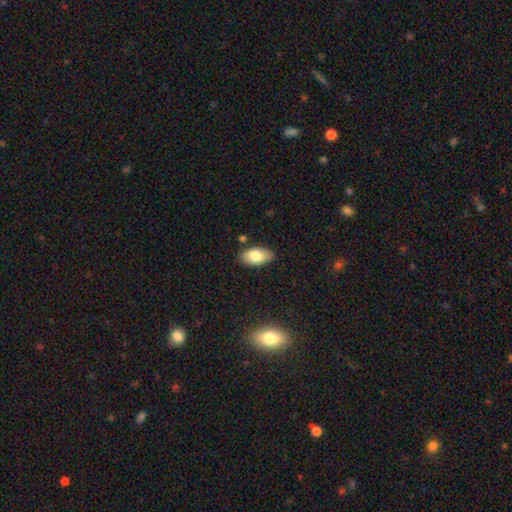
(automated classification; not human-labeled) Smooth or featured? Predicted: smooth (p=0.78). How rounded? Predicted: in between (p=0.94). Merging? Predicted: none (p=0.83).